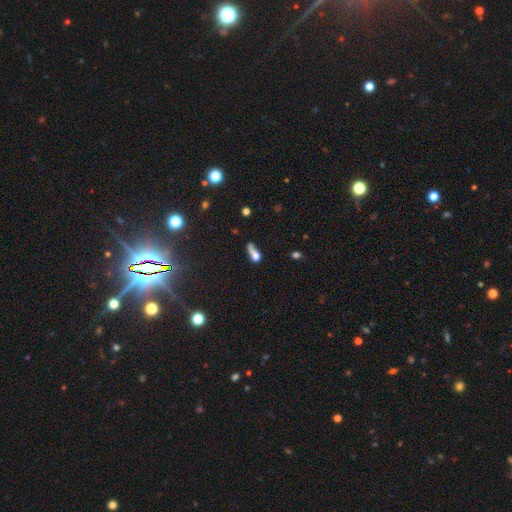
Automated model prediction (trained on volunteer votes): The model was most divided on "merging" (2-way tie): merger: 28%, major disturbance: 28%, none: 26%, minor disturbance: 17%. More confident: smooth or featured — smooth (60%); how rounded — in between (53%).